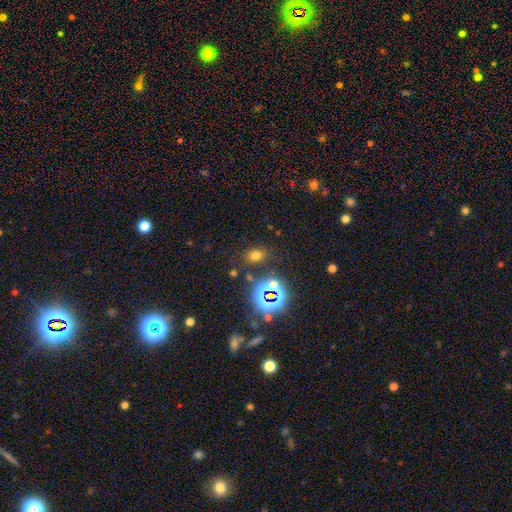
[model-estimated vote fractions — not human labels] This is likely a smooth galaxy (63%). How rounded: possibly in between (59%). Merging: clearly none (80%).